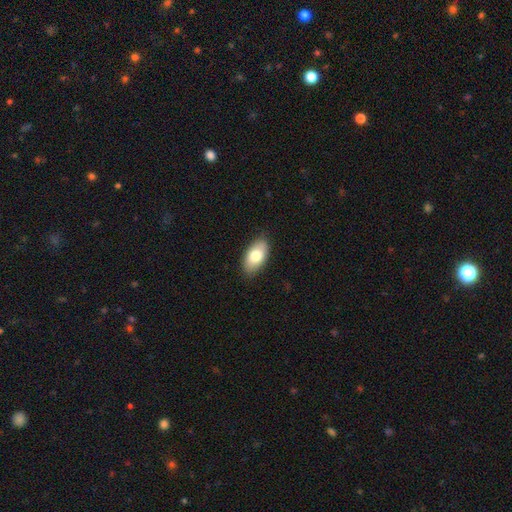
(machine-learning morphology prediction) smooth 79%, featured or disk 15%, star or artifact 6%. Down the decision tree: how rounded — in between (94%); merging — none (86%).